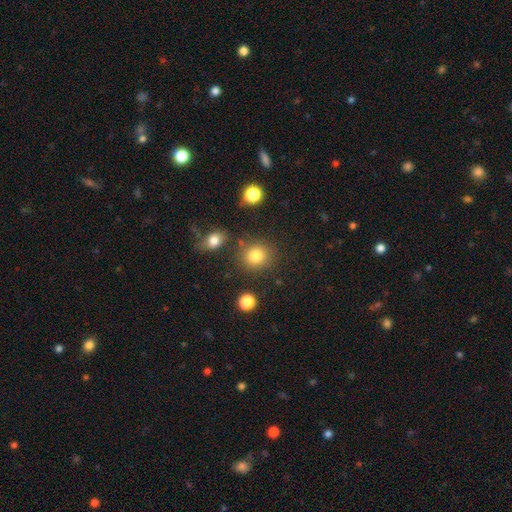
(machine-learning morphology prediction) type=smooth (82%); roundness=round (84%); merging=none (80%).